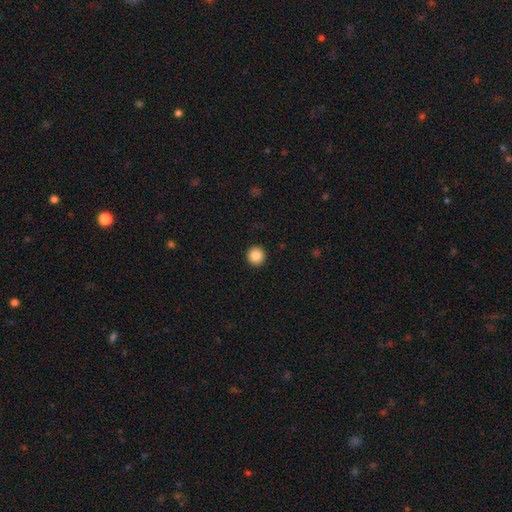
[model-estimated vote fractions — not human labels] smooth-or-featured: smooth: 86% | star or artifact: 10% | featured or disk: 5%
  how-rounded: round: 95% | in between: 4% | cigar-shaped: 1%
  merging: none: 93% | minor disturbance: 4% | major disturbance: 1% | merger: 1%